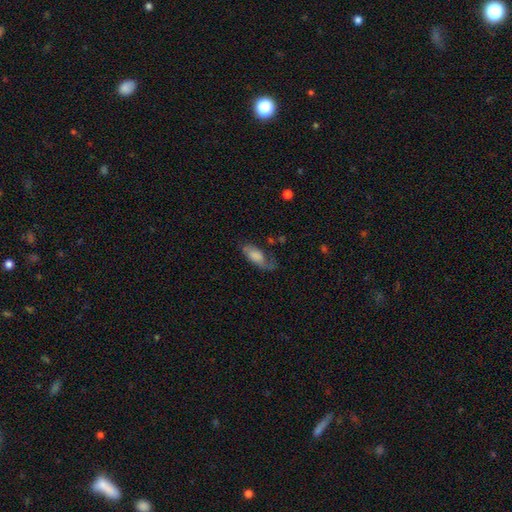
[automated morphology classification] Smooth or featured: smooth — 65% (featured or disk — 27%)
How rounded: in between — 83% (cigar-shaped — 14%)
Merging: none — 44% (minor disturbance — 30%)